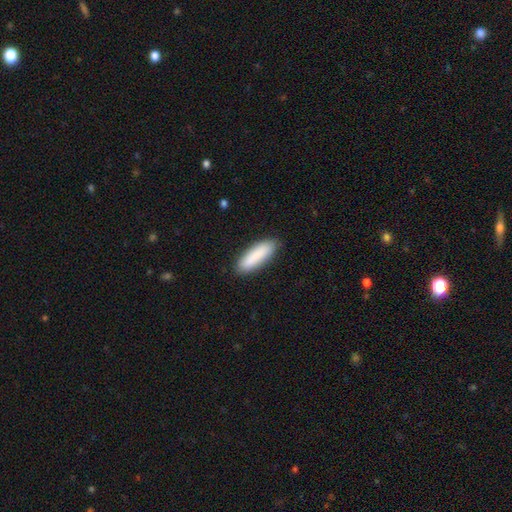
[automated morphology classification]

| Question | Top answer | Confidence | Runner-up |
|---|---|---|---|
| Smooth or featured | smooth | 87% | featured or disk (7%) |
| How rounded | cigar-shaped | 50% | in between (49%) |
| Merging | none | 86% | minor disturbance (11%) |